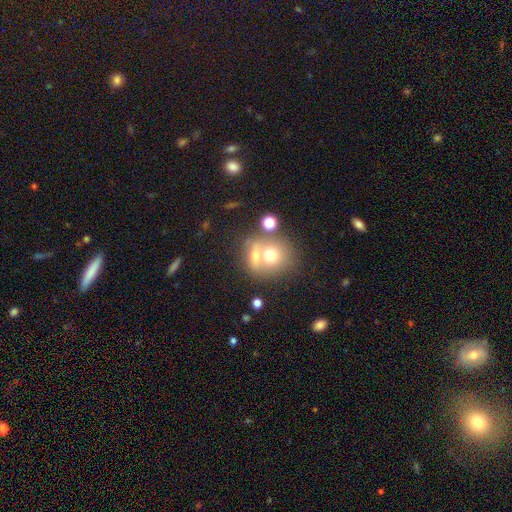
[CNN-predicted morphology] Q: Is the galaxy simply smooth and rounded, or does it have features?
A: smooth — 63%.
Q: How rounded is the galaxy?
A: round — 75%.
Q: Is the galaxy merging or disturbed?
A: merger — 52%.